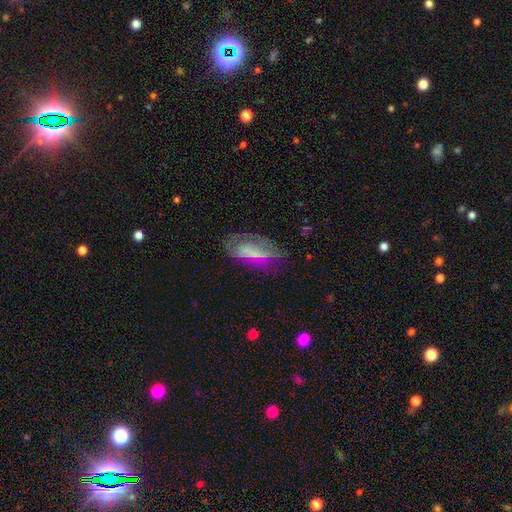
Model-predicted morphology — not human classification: A smooth galaxy with no disk features (47%).

Vote fractions:
- Smooth or featured? smooth: 47% / featured or disk: 44% / star or artifact: 10%
- Merging? none: 51% / minor disturbance: 27% / major disturbance: 19% / merger: 3%